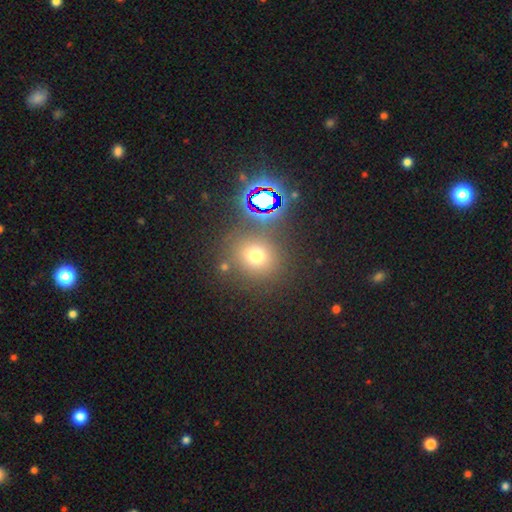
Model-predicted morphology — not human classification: Smooth or featured? Predicted: smooth (p=0.65). How rounded? Predicted: round (p=0.81). Merging? Predicted: none (p=0.79).